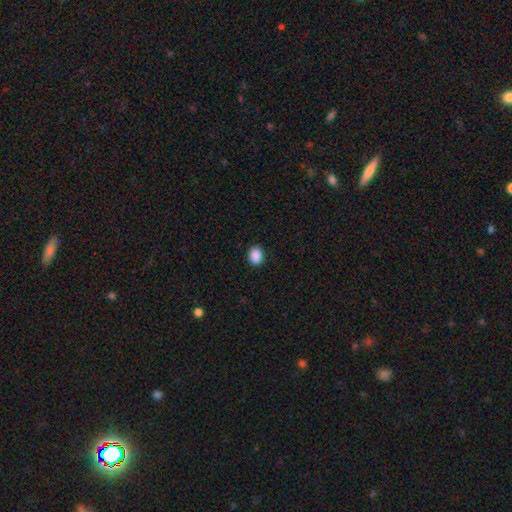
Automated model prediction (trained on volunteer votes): Smooth or featured? Predicted: smooth (p=0.89). How rounded? Predicted: in between (p=0.51). Merging? Predicted: none (p=0.90).